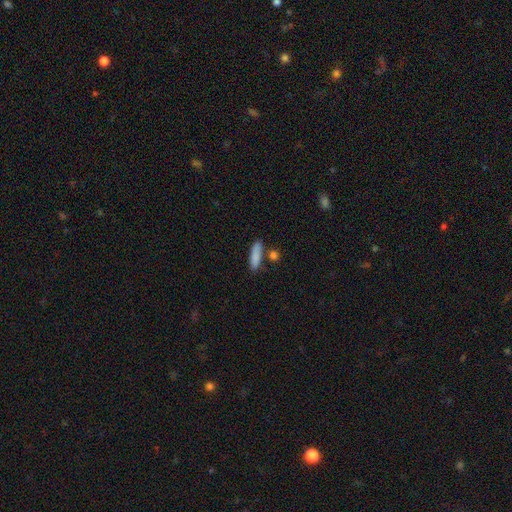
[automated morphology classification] smooth-or-featured: smooth: 85% | featured or disk: 8% | star or artifact: 7%
  how-rounded: cigar-shaped: 62% | in between: 35% | round: 3%
  merging: none: 73% | minor disturbance: 14% | merger: 10% | major disturbance: 4%